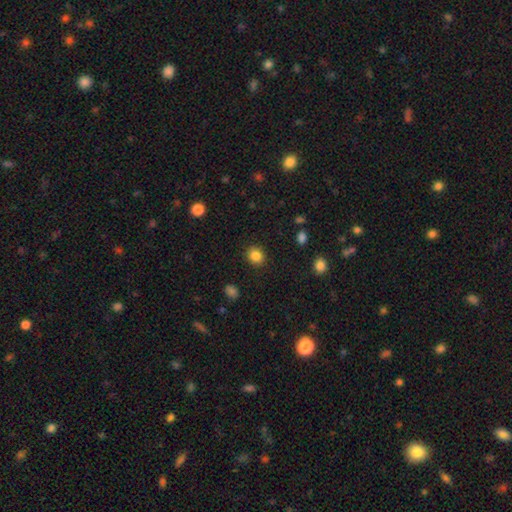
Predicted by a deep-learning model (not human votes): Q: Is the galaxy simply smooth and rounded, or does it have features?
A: smooth — 85%.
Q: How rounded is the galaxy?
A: round — 75%.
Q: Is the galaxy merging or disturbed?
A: none — 90%.